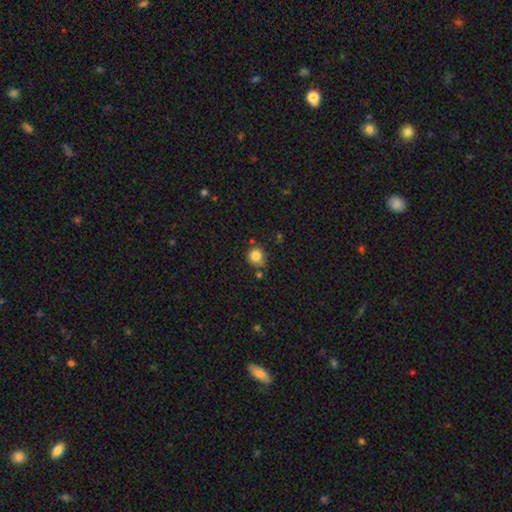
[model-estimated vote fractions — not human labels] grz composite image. It shows a smooth galaxy with no disk features (83%) that is round (90%). Merging: none (67%).